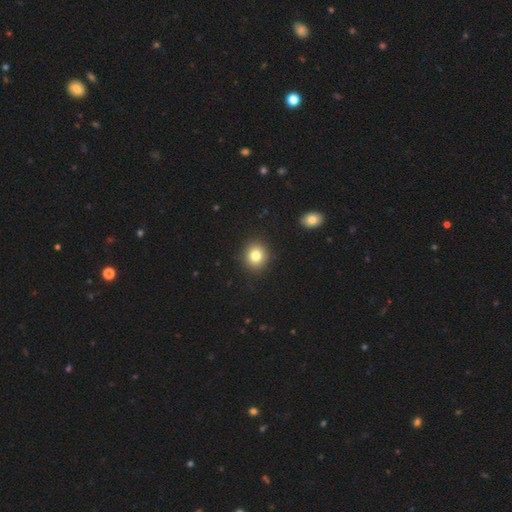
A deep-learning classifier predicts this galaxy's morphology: Smooth or featured?
  - smooth: 80% *
  - star or artifact: 12%
  - featured or disk: 8%
How rounded?
  - round: 84% *
  - in between: 15%
  - cigar-shaped: 1%
Merging?
  - none: 90% *
  - minor disturbance: 7%
  - major disturbance: 2%
  - merger: 1%